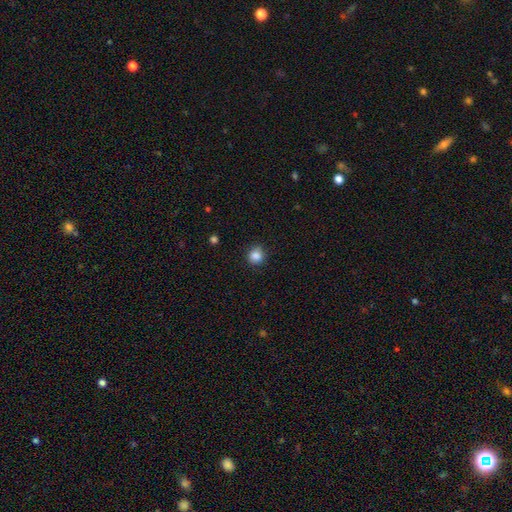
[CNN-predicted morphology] This is clearly a smooth galaxy (86%). How rounded: clearly round (88%). Merging: clearly none (85%).